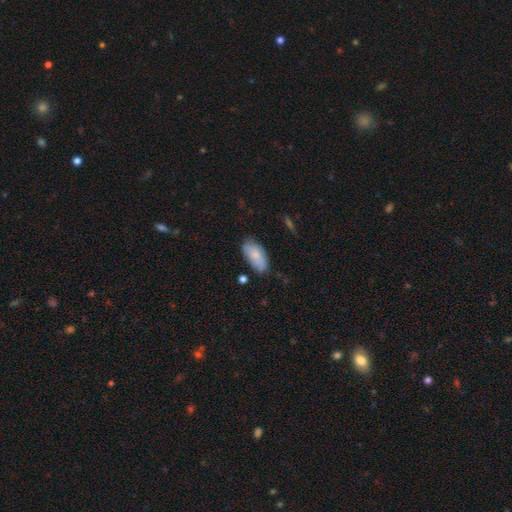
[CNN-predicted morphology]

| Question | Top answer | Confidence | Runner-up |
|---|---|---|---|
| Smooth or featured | smooth | 74% | featured or disk (19%) |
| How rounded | in between | 93% | cigar-shaped (5%) |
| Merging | none | 66% | minor disturbance (25%) |